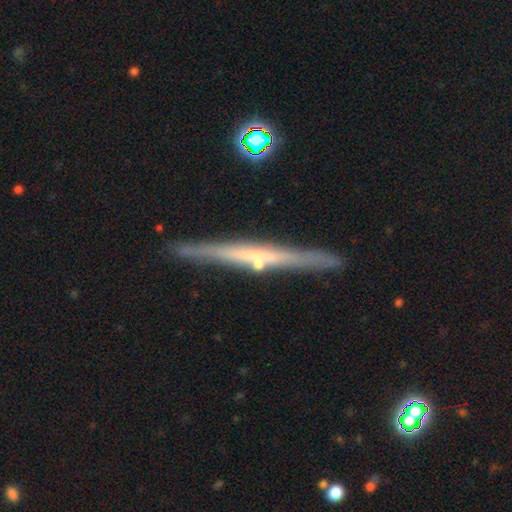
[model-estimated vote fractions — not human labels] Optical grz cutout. It shows a featured or disk galaxy (67%) viewed edge-on (97%) with no central bulge (60%). Merging: none (87%).